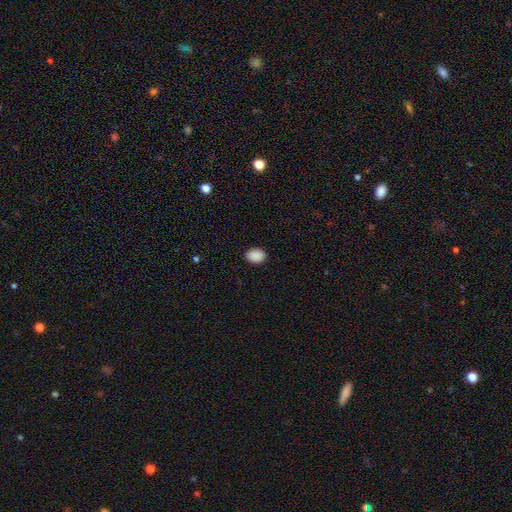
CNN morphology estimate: smooth_or_featured: smooth (p=0.90) [alt: star or artifact p=0.08]
how_rounded: in between (p=0.74) [alt: round p=0.25]
merging: none (p=0.90) [alt: minor disturbance p=0.08]